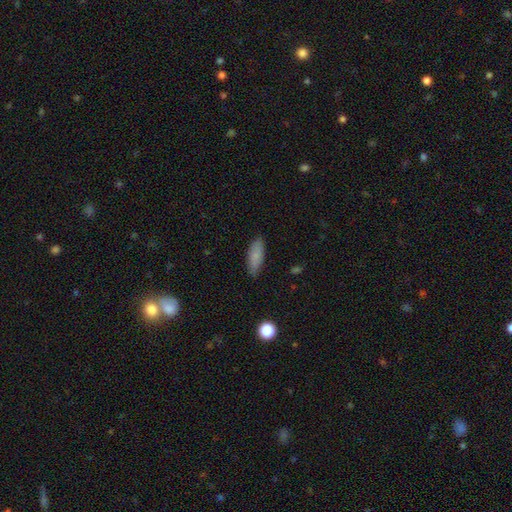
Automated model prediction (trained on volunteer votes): Q: Smooth or featured?
A: smooth (83%); runner-up: featured or disk (10%)
Q: How rounded?
A: in between (62%); runner-up: cigar-shaped (36%)
Q: Merging?
A: none (84%); runner-up: minor disturbance (12%)